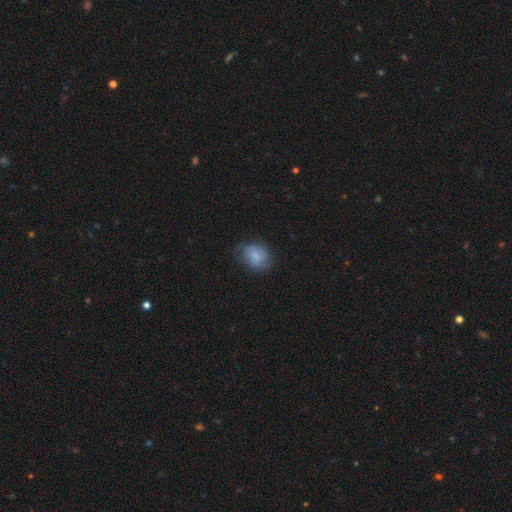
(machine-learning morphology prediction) smooth_or_featured: smooth (p=0.63) [alt: featured or disk p=0.28]
how_rounded: in between (p=0.53) [alt: round p=0.46]
merging: none (p=0.64) [alt: minor disturbance p=0.25]